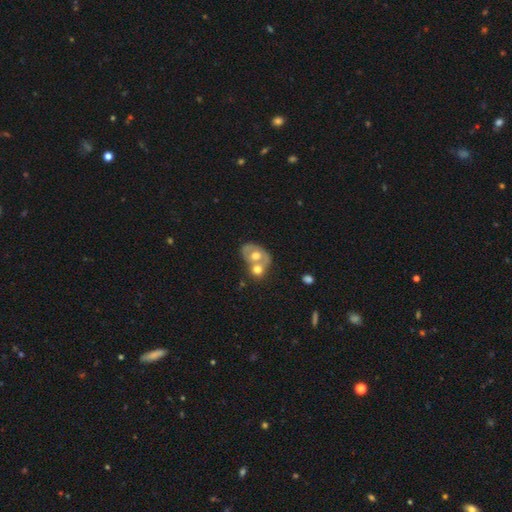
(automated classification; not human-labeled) Smooth or featured: featured or disk — 51% (smooth — 42%)
Edge-on disk: no — 95% (yes — 5%)
Merging: merger — 51% (none — 33%)